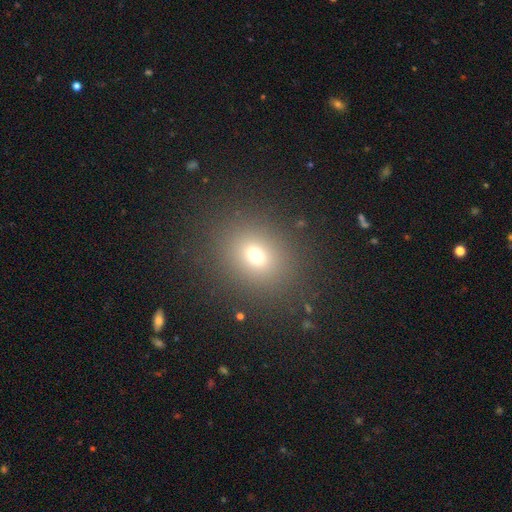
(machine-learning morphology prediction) Smooth or featured?
  - smooth: 68% *
  - star or artifact: 20%
  - featured or disk: 12%
How rounded?
  - round: 56% *
  - in between: 43%
  - cigar-shaped: 1%
Merging?
  - none: 86% *
  - minor disturbance: 8%
  - major disturbance: 5%
  - merger: 2%